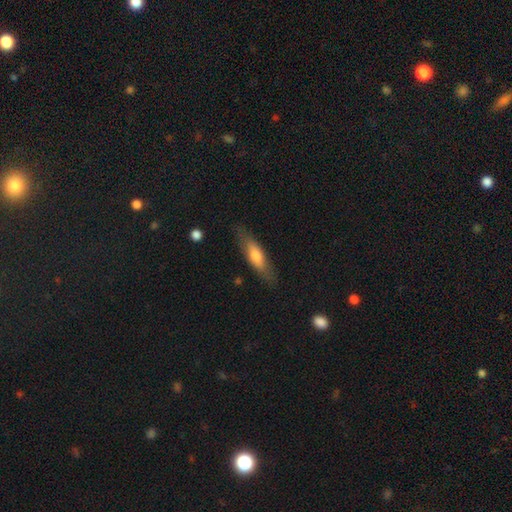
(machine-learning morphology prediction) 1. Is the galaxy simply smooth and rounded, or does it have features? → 58% smooth, 36% featured or disk, 6% star or artifact.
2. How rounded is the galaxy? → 66% cigar-shaped, 32% in between, 2% round.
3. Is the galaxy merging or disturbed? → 81% none, 14% minor disturbance, 4% major disturbance, 1% merger.